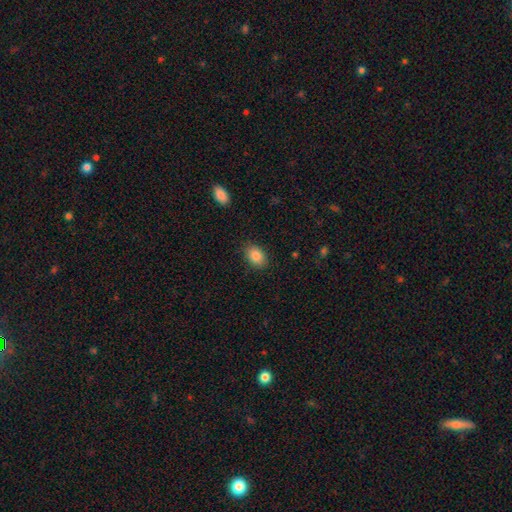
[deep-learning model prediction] smooth 87%, star or artifact 8%, featured or disk 5%. Down the decision tree: how rounded — in between (78%); merging — none (85%).